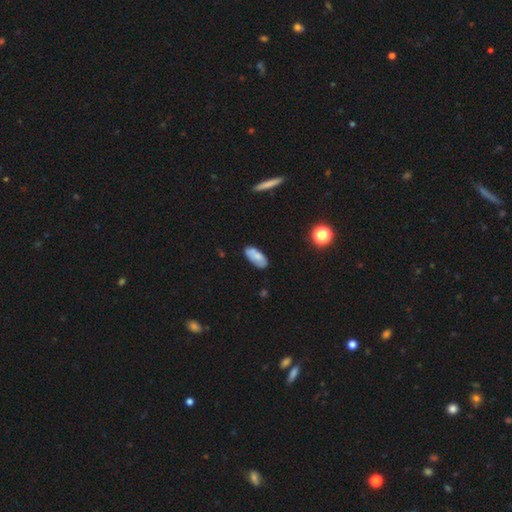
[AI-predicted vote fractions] smooth 70%, featured or disk 22%, star or artifact 8%. Down the decision tree: how rounded — in between (87%); merging — none (72%).